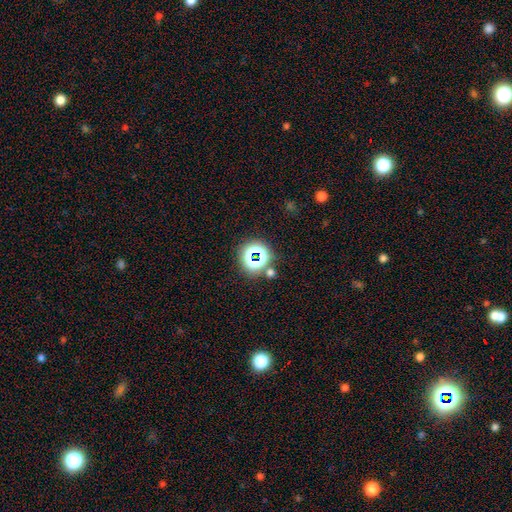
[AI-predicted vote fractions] Morphology: type=star or artifact (55%).